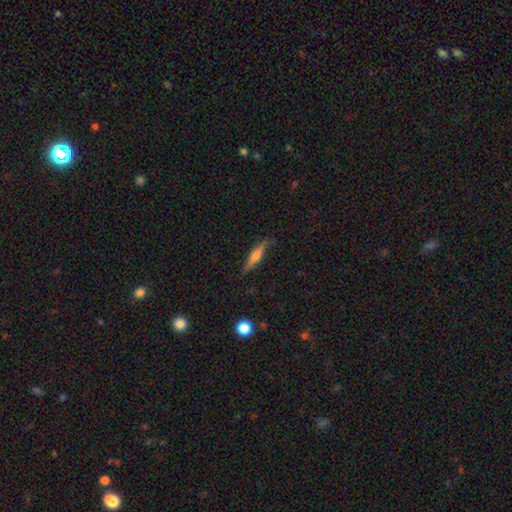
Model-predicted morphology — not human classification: Smooth or featured?
  - featured or disk: 53% *
  - smooth: 40%
  - star or artifact: 7%
Edge-on disk?
  - yes: 95% *
  - no: 5%
Edge-on bulge?
  - rounded: 81% *
  - none: 10%
  - boxy: 9%
Merging?
  - none: 83% *
  - minor disturbance: 13%
  - major disturbance: 3%
  - merger: 1%